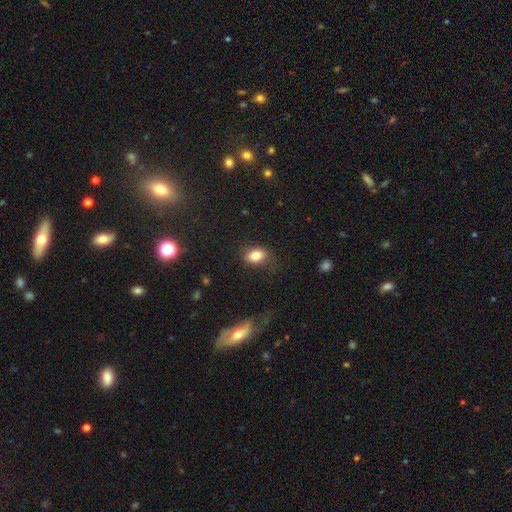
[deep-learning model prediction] Overall: smooth (82%). How rounded: in between (78%). Merging: none (75%).